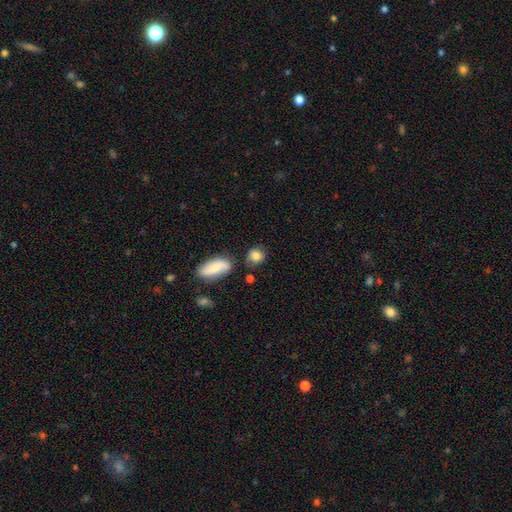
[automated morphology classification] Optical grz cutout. It shows a smooth galaxy with no disk features (81%) that is round (67%). Merging: none (70%).